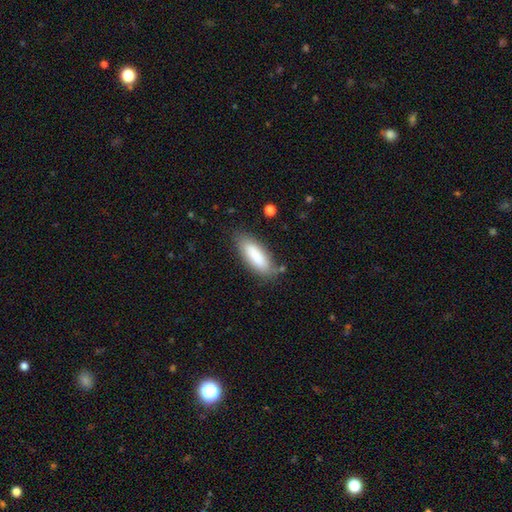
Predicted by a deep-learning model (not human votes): Smooth or featured? smooth (85%)
How rounded? in between (69%)
Merging? none (76%)